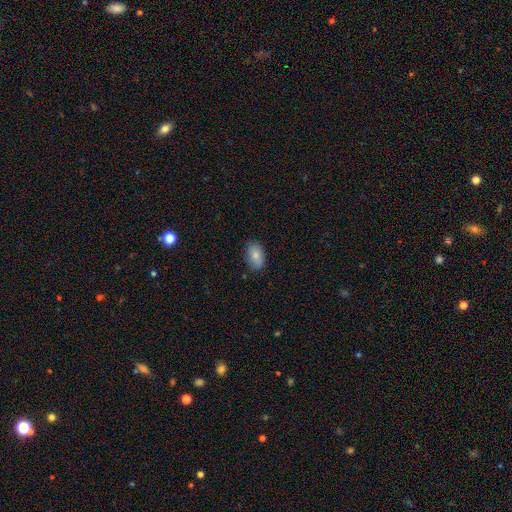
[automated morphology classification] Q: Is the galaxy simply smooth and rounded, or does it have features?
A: smooth — 83%.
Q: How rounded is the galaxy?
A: in between — 90%.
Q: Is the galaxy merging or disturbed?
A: none — 83%.